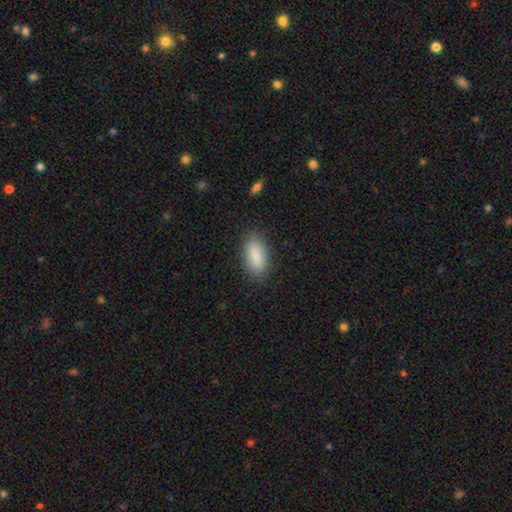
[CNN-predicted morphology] Overall: smooth (89%). How rounded: in between (87%). Merging: none (86%).